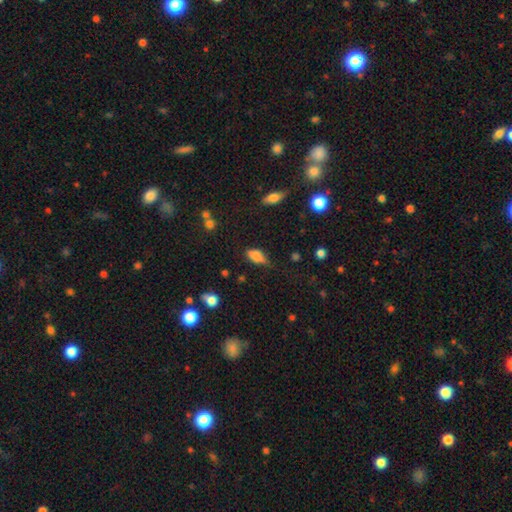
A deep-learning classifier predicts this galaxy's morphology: smooth_or_featured: smooth (p=0.74) [alt: featured or disk p=0.16]
how_rounded: in between (p=0.83) [alt: cigar-shaped p=0.11]
merging: none (p=0.50) [alt: minor disturbance p=0.35]